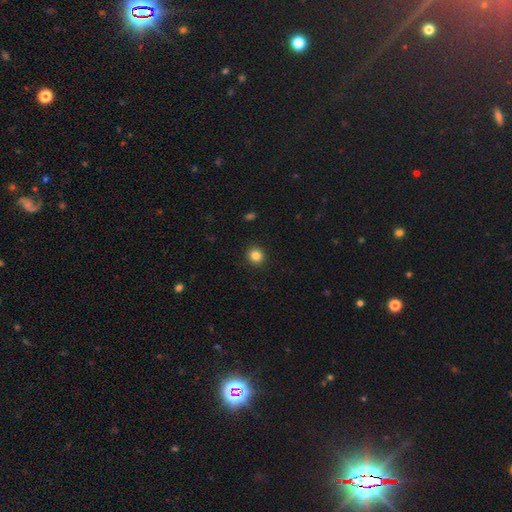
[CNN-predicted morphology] This is clearly a smooth galaxy (84%). How rounded: clearly round (90%). Merging: clearly none (92%).